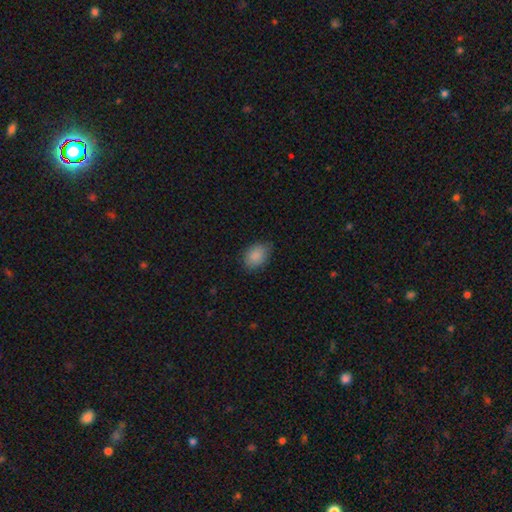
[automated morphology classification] Q: Smooth or featured?
A: smooth (88%); runner-up: star or artifact (7%)
Q: How rounded?
A: in between (74%); runner-up: round (25%)
Q: Merging?
A: none (78%); runner-up: minor disturbance (18%)